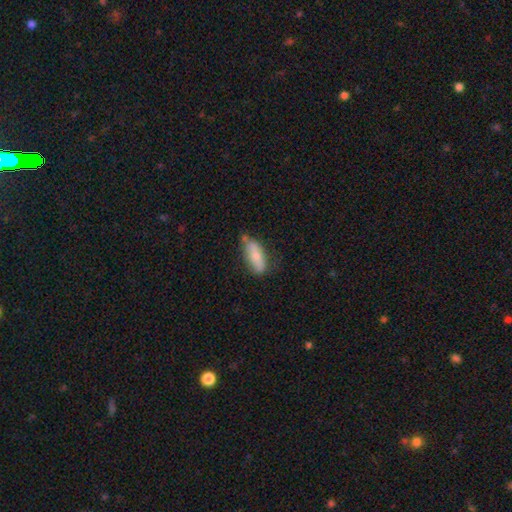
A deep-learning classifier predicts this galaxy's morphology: A smooth galaxy with no disk features (72%) that is in between round and cigar-shaped (67%). Merging: none (60%).